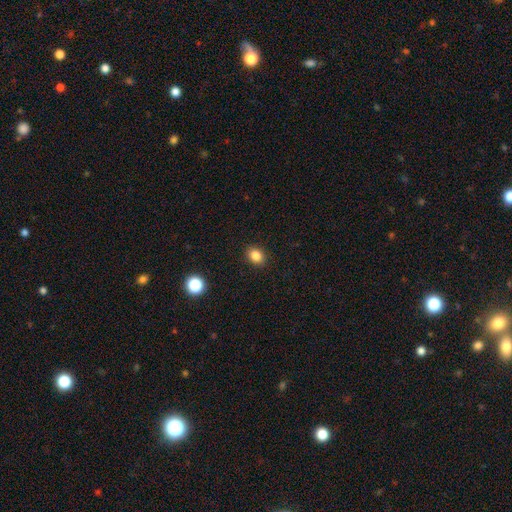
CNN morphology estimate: This appears to be a smooth galaxy with no disk features (84%) that is in between round and cigar-shaped (52%). Merging: none (90%).